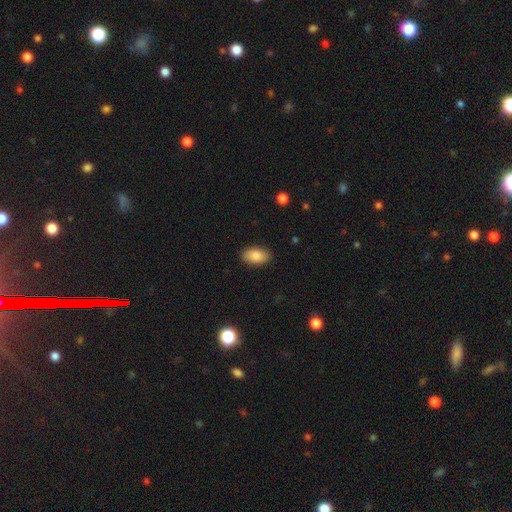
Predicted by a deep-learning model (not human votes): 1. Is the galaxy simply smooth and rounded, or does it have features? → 87% smooth, 7% star or artifact, 6% featured or disk.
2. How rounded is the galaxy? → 93% in between, 5% round, 2% cigar-shaped.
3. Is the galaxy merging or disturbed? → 88% none, 9% minor disturbance, 2% major disturbance, 1% merger.